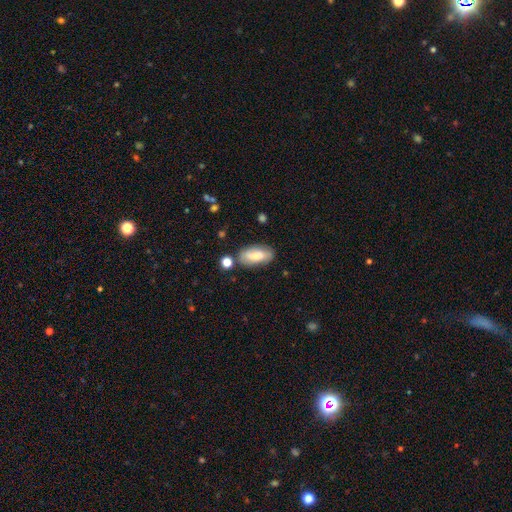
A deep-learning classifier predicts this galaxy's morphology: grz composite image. It shows a smooth galaxy with no disk features (67%) that is in between round and cigar-shaped (88%). Merging: none (71%).